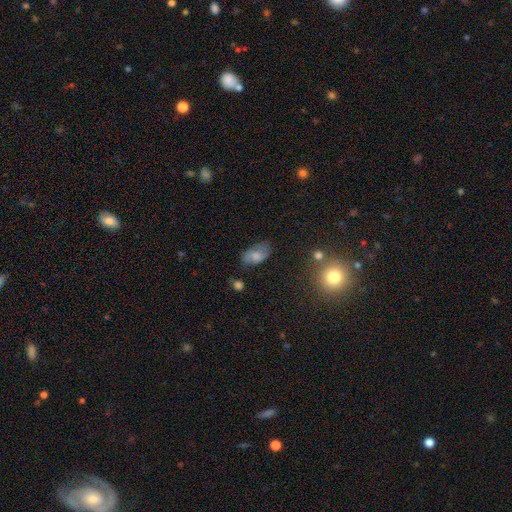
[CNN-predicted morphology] Smooth or featured? smooth (65%)
How rounded? in between (91%)
Merging? none (60%)